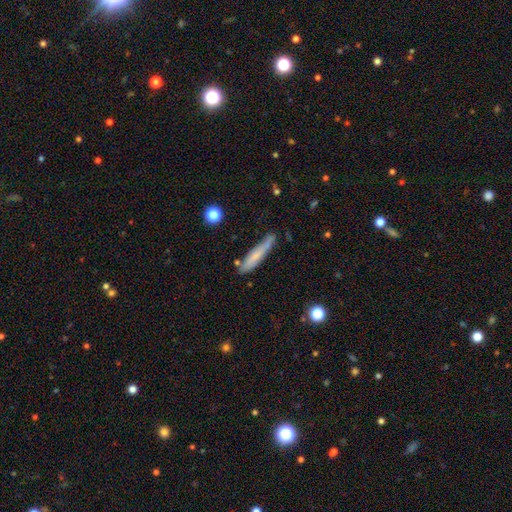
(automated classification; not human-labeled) Overall: smooth (63%; featured or disk 30%). How rounded: cigar-shaped (90%). Merging: none (69%).